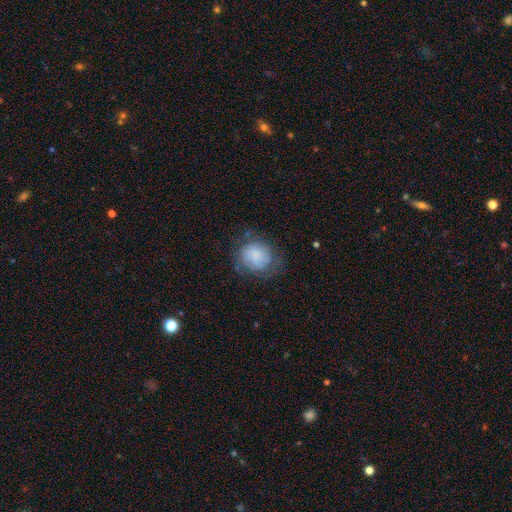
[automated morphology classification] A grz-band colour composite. It shows a smooth galaxy with no disk features (61%) that is round (74%). Merging: none (57%).